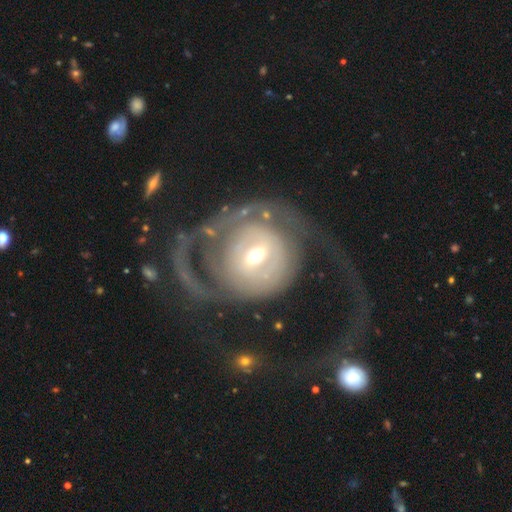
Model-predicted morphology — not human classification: Overall: featured or disk (75%). Edge-on disk: no (96%). Bar: no (42%; weak 39%). Spiral arms: yes (62%; no 38%). Bulge size: moderate (55%; small 35%). Merging: major disturbance (48%; none 37%).